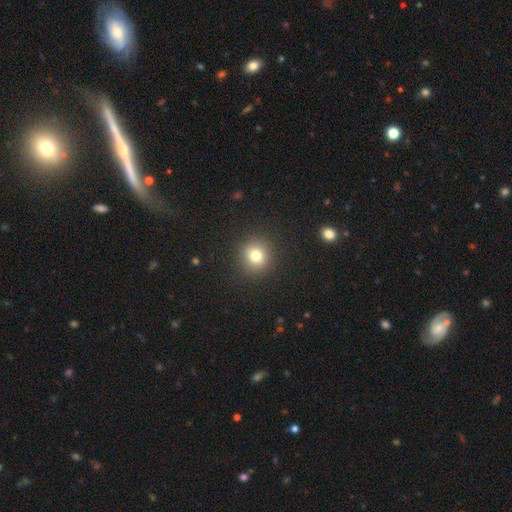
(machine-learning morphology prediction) smooth_or_featured: smooth (p=0.78) [alt: star or artifact p=0.13]
how_rounded: round (p=0.90) [alt: in between p=0.09]
merging: none (p=0.90) [alt: minor disturbance p=0.06]